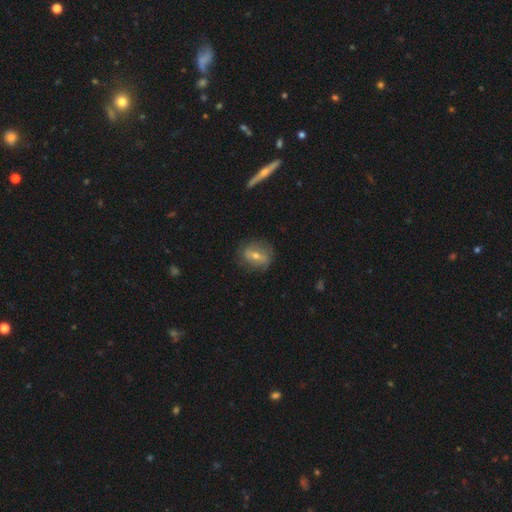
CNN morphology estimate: smooth-or-featured: featured or disk: 59% | smooth: 31% | star or artifact: 10%
  disk-edge-on: no: 83% | yes: 17%
  merging: none: 79% | minor disturbance: 15% | major disturbance: 5% | merger: 1%